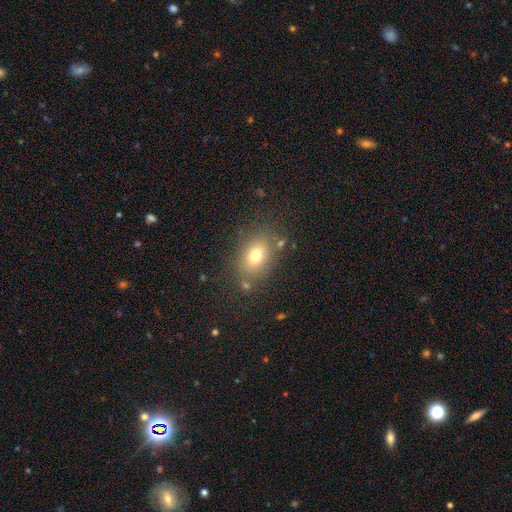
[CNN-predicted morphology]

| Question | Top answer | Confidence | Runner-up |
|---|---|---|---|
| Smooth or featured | smooth | 75% | featured or disk (13%) |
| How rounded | in between | 74% | round (25%) |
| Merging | none | 77% | minor disturbance (13%) |